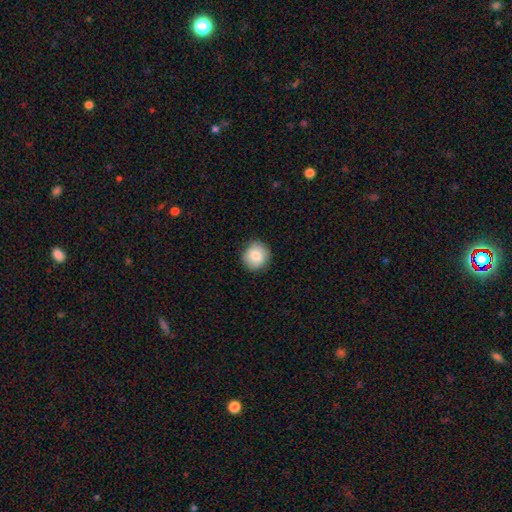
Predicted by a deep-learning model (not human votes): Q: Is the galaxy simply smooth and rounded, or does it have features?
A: smooth — 81%.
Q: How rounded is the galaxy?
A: round — 89%.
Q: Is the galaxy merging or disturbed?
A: none — 88%.